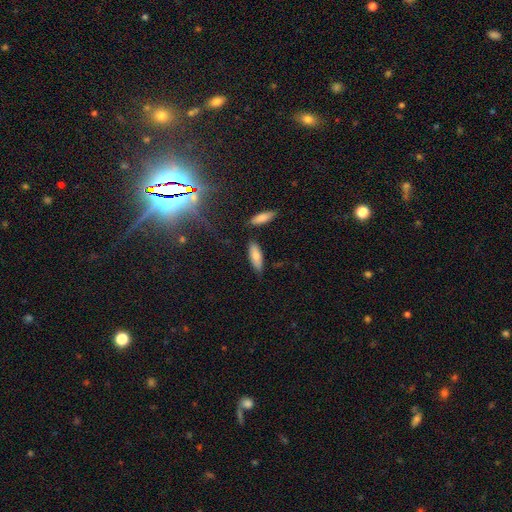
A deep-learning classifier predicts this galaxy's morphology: This is likely a smooth galaxy (79%). How rounded: likely in between (62%). Merging: likely none (78%).